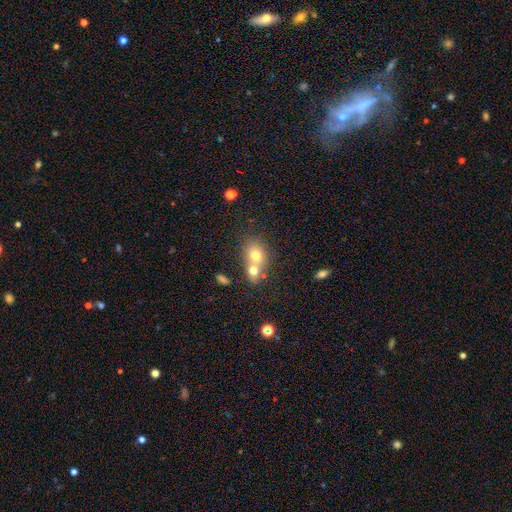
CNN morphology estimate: Smooth or featured: smooth — 69% (featured or disk — 20%)
How rounded: round — 52% (in between — 47%)
Merging: merger — 61% (none — 29%)